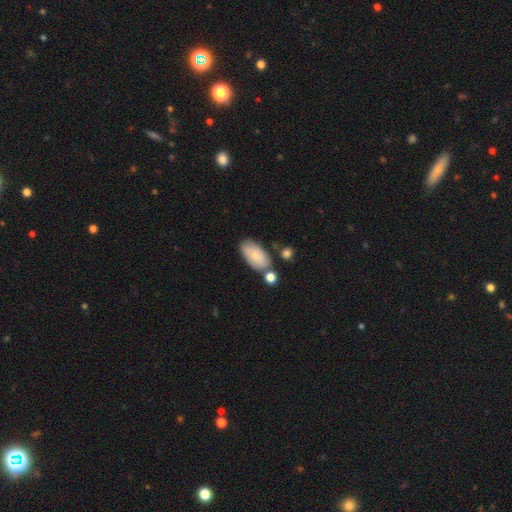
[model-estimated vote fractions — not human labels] The model was most divided on "smooth or featured": smooth: 65%, featured or disk: 29%, star or artifact: 7%. More confident: how rounded — in between (93%); merging — none (62%).